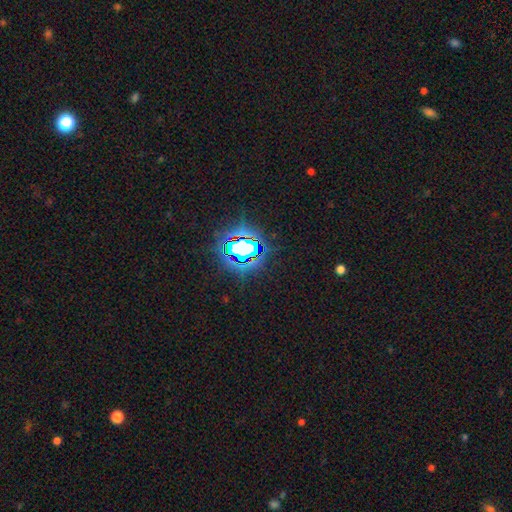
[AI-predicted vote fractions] smooth-or-featured: star or artifact: 82% | smooth: 12% | featured or disk: 7%